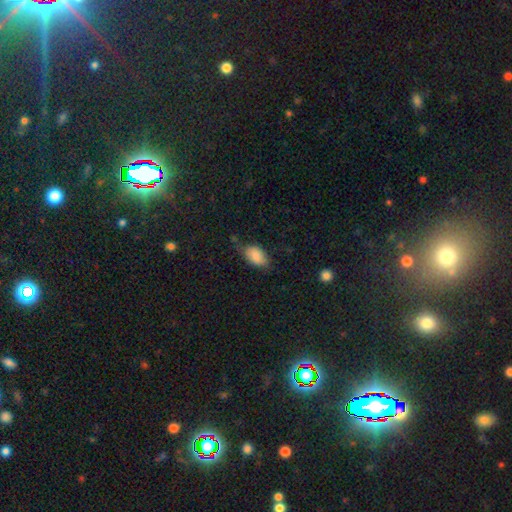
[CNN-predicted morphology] Smooth or featured? Predicted: smooth (p=0.83). How rounded? Predicted: in between (p=0.92). Merging? Predicted: none (p=0.55).